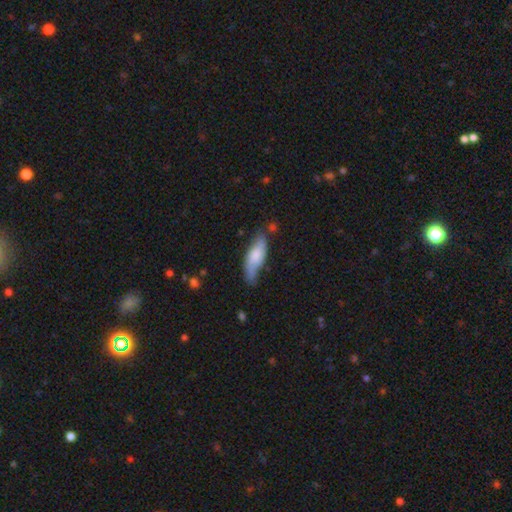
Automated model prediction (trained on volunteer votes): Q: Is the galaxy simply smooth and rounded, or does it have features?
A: smooth — 70%.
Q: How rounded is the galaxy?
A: in between — 59%.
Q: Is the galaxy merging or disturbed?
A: none — 56%.